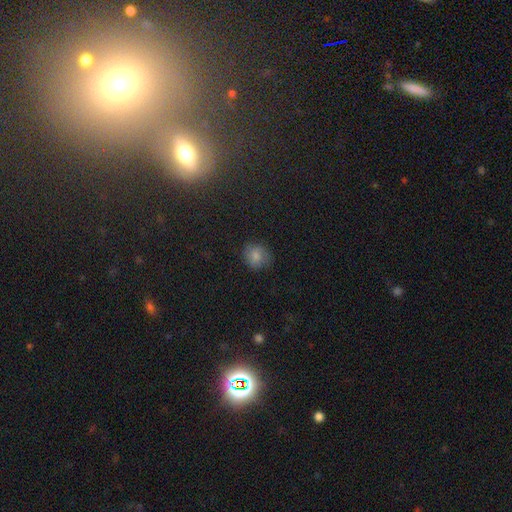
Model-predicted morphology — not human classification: Q: Smooth or featured?
A: smooth (79%); runner-up: star or artifact (11%)
Q: How rounded?
A: round (80%); runner-up: in between (19%)
Q: Merging?
A: none (78%); runner-up: minor disturbance (16%)